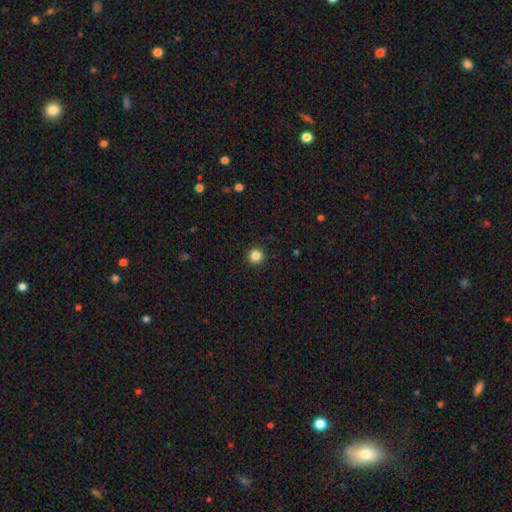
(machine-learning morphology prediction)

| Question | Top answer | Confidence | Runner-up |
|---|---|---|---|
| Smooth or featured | smooth | 85% | star or artifact (11%) |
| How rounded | round | 95% | in between (4%) |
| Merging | none | 93% | minor disturbance (4%) |